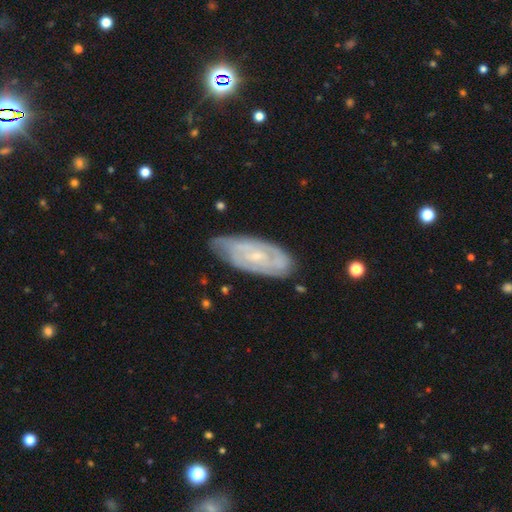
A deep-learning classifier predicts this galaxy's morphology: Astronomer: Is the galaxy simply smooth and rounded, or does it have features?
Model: featured or disk — 74%.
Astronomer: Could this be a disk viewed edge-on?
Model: no — 91%.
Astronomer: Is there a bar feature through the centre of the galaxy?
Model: no — 61%.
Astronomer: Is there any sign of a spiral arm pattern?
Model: yes — 87%.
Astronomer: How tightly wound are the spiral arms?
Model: tight — 67%.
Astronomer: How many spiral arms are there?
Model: can't tell — 44% (runner-up: 2, 33%).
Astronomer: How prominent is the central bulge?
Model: small — 71%.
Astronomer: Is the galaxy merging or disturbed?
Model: none — 69%.